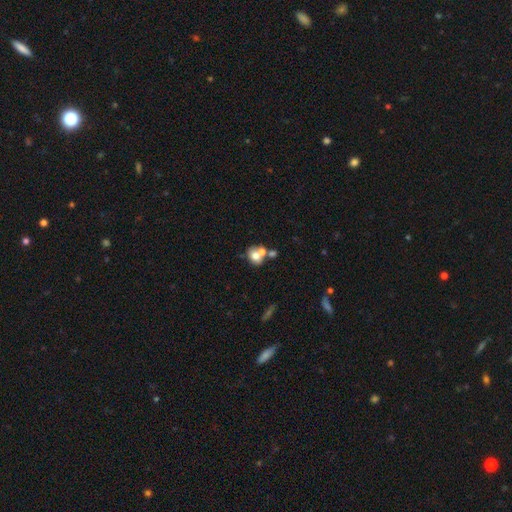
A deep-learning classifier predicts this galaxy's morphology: smooth_or_featured: smooth (p=0.67) [alt: featured or disk p=0.22]
how_rounded: round (p=0.60) [alt: in between p=0.39]
merging: merger (p=0.50) [alt: none p=0.36]